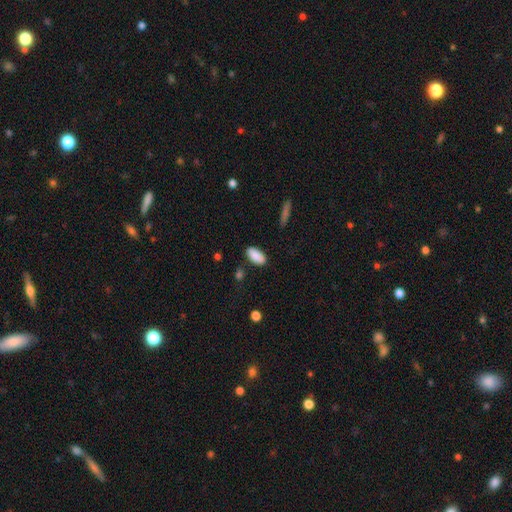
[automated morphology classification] Smooth or featured? smooth (89%)
How rounded? in between (92%)
Merging? none (84%)